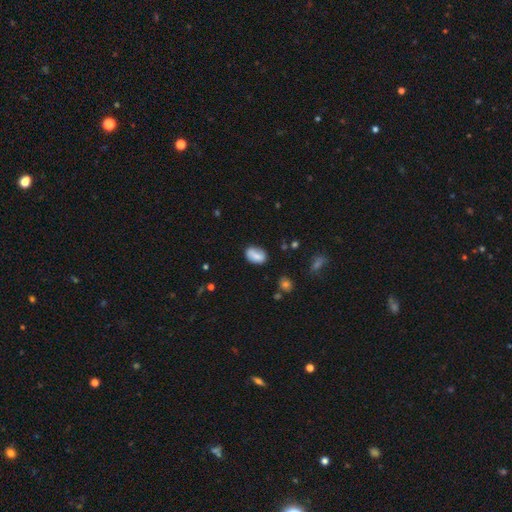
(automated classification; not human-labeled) Morphology: type=smooth (77%); roundness=in between (86%); merging=none (68%).